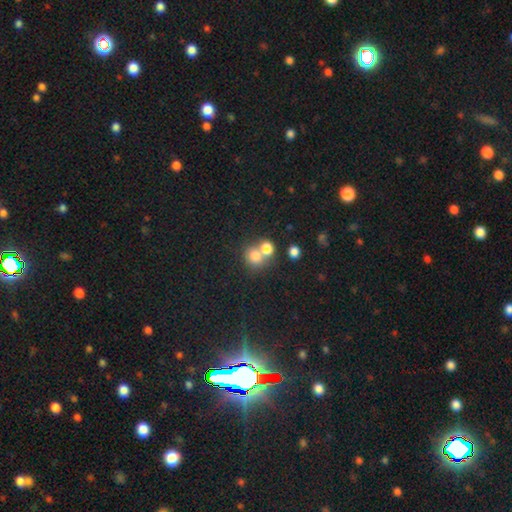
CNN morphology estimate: A smooth galaxy with no disk features (76%) that is round (76%).

Vote fractions:
- Smooth or featured? smooth: 76% / star or artifact: 14% / featured or disk: 10%
- How rounded? round: 76% / in between: 23% / cigar-shaped: 1%
- Merging? merger: 48% / none: 41% / minor disturbance: 7% / major disturbance: 4%